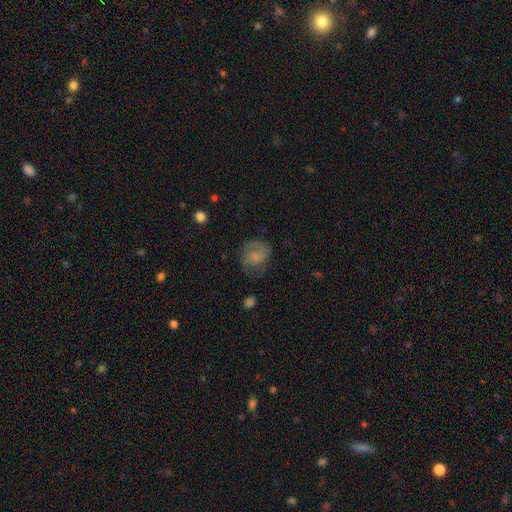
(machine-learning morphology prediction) type=featured or disk (48%); merging=none (58%).